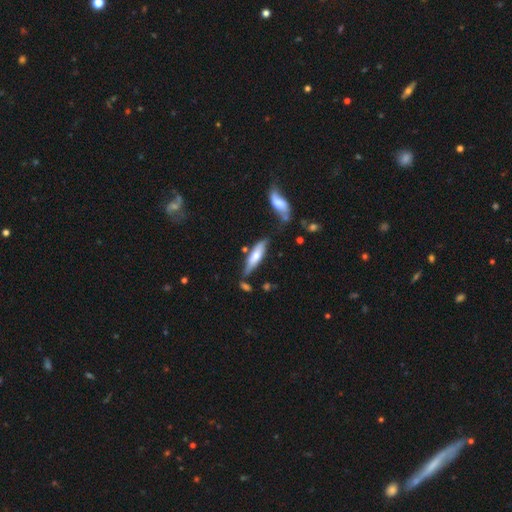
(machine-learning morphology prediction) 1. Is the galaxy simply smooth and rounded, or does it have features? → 54% smooth, 40% featured or disk, 6% star or artifact.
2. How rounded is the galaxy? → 60% cigar-shaped, 38% in between, 2% round.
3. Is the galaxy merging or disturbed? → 61% none, 22% minor disturbance, 11% merger, 6% major disturbance.